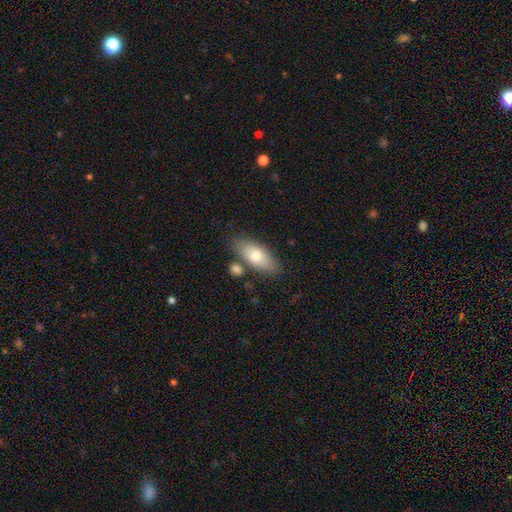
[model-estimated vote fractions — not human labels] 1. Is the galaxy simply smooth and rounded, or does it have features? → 75% smooth, 19% featured or disk, 6% star or artifact.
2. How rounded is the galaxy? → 81% in between, 16% cigar-shaped, 3% round.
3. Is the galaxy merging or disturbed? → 76% none, 12% minor disturbance, 9% merger, 3% major disturbance.